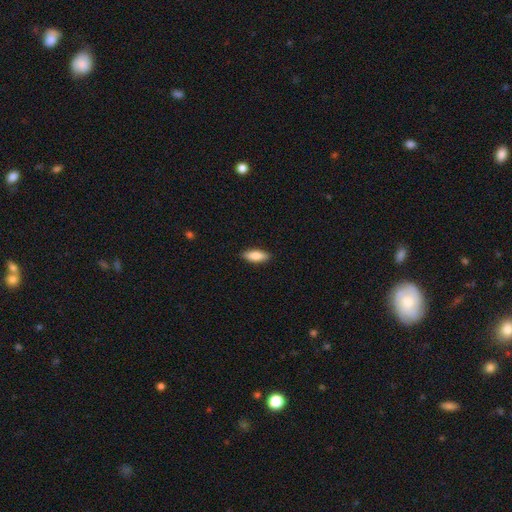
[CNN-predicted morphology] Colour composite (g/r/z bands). It shows a smooth galaxy with no disk features (83%) that is in between round and cigar-shaped (73%). Merging: none (89%).